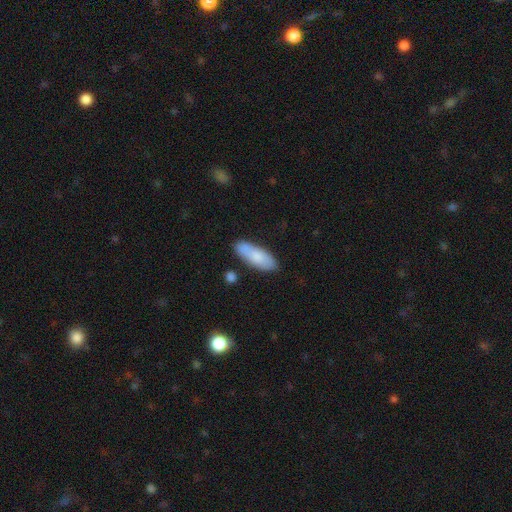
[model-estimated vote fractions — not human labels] The model was most divided on "how rounded": in between: 67%, cigar-shaped: 31%, round: 2%. More confident: merging — none (79%); smooth or featured — smooth (76%).